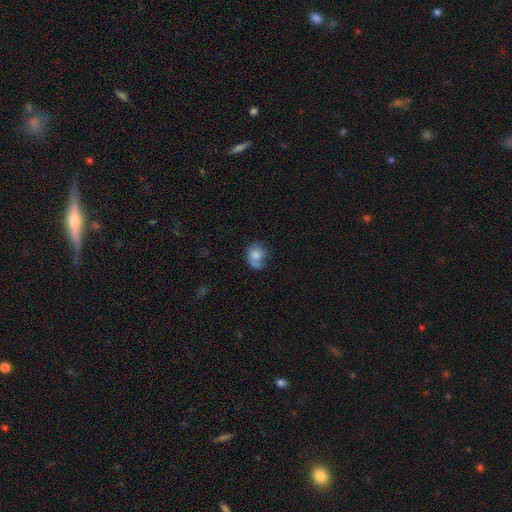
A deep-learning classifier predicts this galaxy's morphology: Q: Smooth or featured?
A: smooth (71%); runner-up: featured or disk (20%)
Q: How rounded?
A: round (52%); runner-up: in between (47%)
Q: Merging?
A: none (47%); runner-up: minor disturbance (31%)